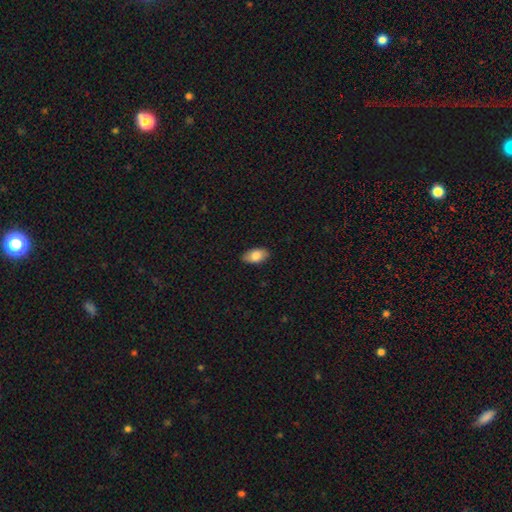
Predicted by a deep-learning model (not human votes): Smooth or featured? smooth (83%)
How rounded? in between (93%)
Merging? none (87%)